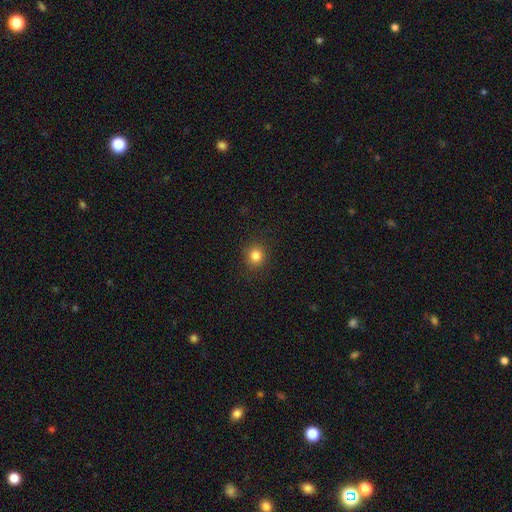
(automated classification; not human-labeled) Overall: smooth (83%). How rounded: round (89%). Merging: none (91%).